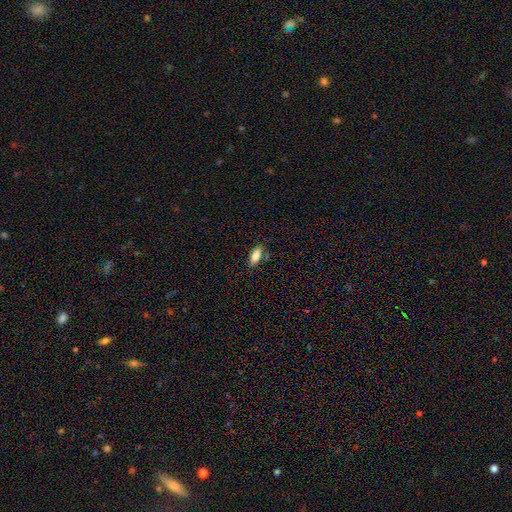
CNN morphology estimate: Smooth or featured? smooth (82%)
How rounded? in between (84%)
Merging? none (78%)